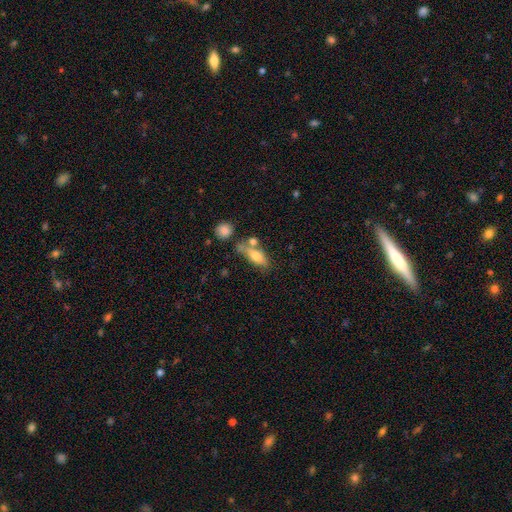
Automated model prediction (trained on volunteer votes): This appears to be a smooth galaxy with no disk features (68%) that is in between round and cigar-shaped (70%). Merging: none (45%).